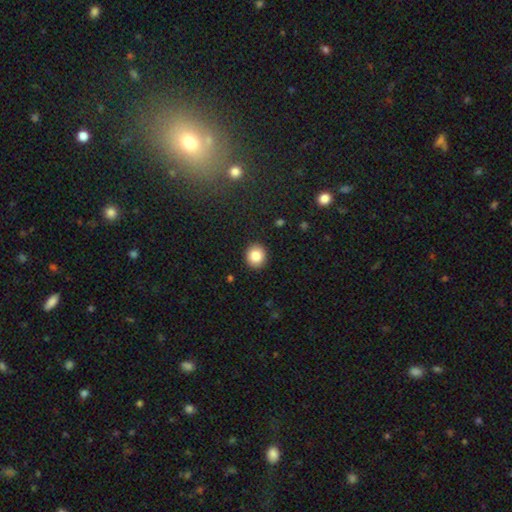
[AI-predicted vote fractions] Smooth or featured? smooth (85%)
How rounded? round (83%)
Merging? none (91%)